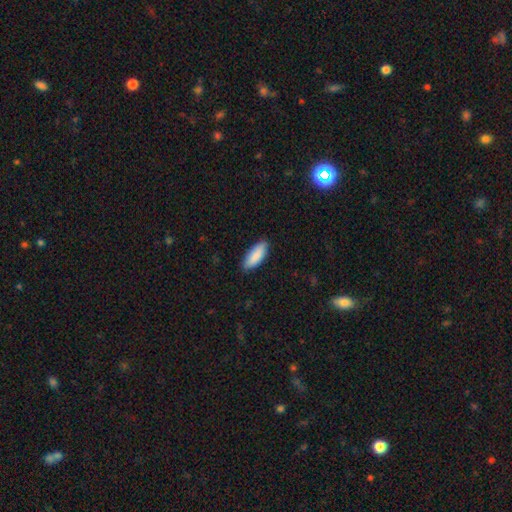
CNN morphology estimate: A smooth galaxy with no disk features (88%) that is in between round and cigar-shaped (75%).

Vote fractions:
- Smooth or featured? smooth: 88% / featured or disk: 6% / star or artifact: 5%
- How rounded? in between: 75% / cigar-shaped: 23% / round: 2%
- Merging? none: 85% / minor disturbance: 12% / major disturbance: 2% / merger: 1%